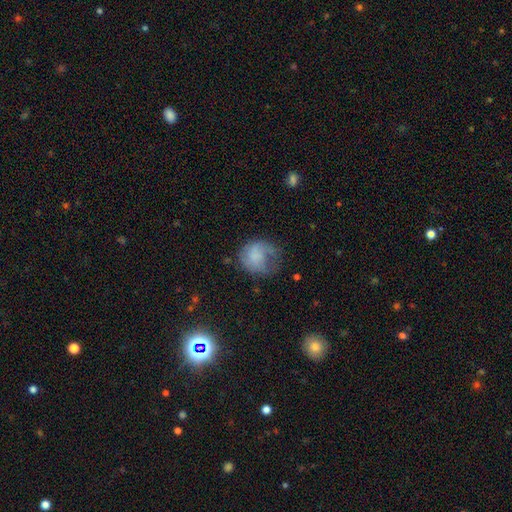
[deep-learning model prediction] Overall: smooth (58%; featured or disk 33%). How rounded: round (65%; in between 34%). Merging: major disturbance (36%; none 34%).